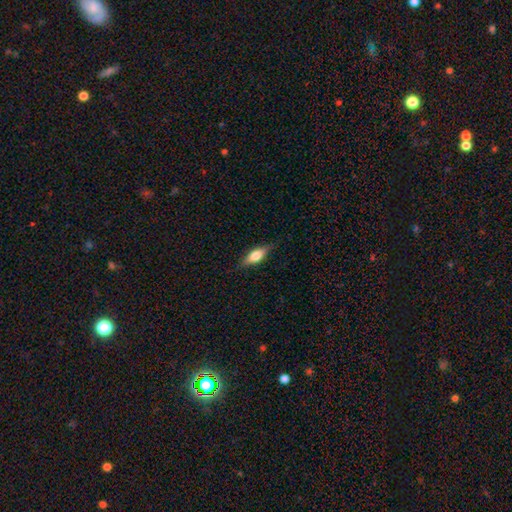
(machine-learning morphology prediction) Overall: smooth (58%; featured or disk 35%). How rounded: in between (63%; cigar-shaped 33%). Merging: none (82%).